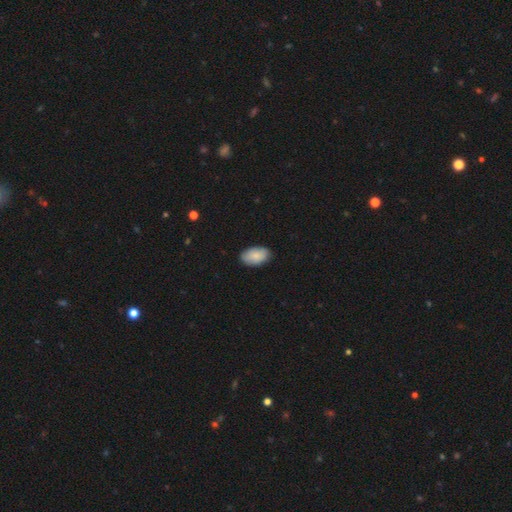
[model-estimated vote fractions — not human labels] Smooth or featured? smooth (87%)
How rounded? in between (95%)
Merging? none (87%)